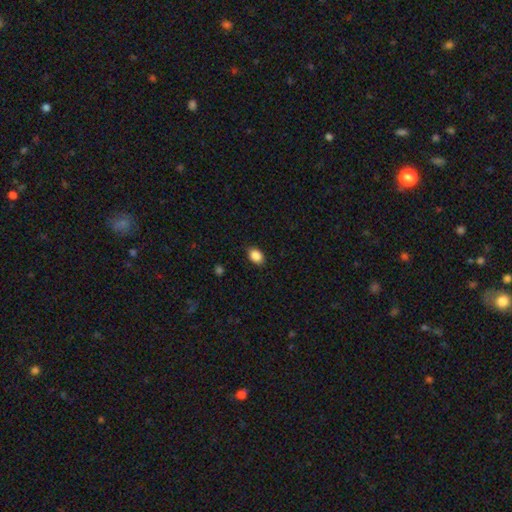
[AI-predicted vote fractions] A smooth galaxy with no disk features (88%) that is in between round and cigar-shaped (78%).

Vote fractions:
- Smooth or featured? smooth: 88% / star or artifact: 8% / featured or disk: 4%
- How rounded? in between: 78% / round: 21% / cigar-shaped: 1%
- Merging? none: 88% / minor disturbance: 9% / major disturbance: 2% / merger: 1%